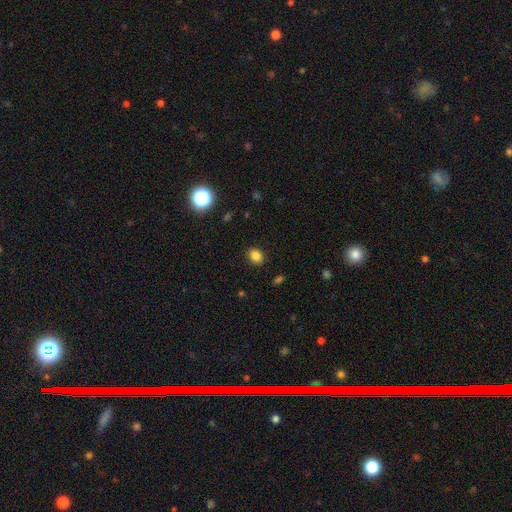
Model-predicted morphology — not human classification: Smooth or featured: smooth — 84% (star or artifact — 12%)
How rounded: round — 51% (in between — 48%)
Merging: none — 88% (minor disturbance — 9%)